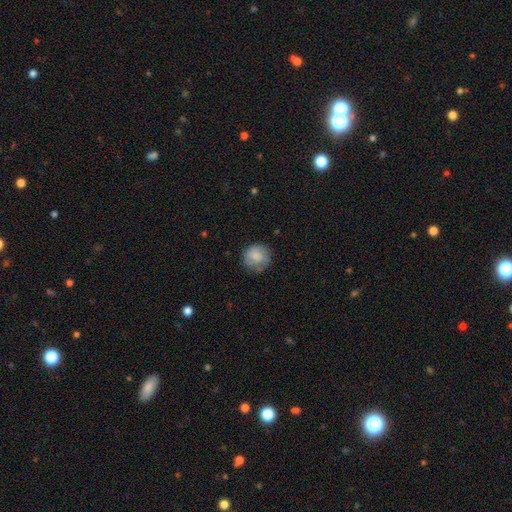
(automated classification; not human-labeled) Overall: smooth (75%). How rounded: round (88%). Merging: none (72%).